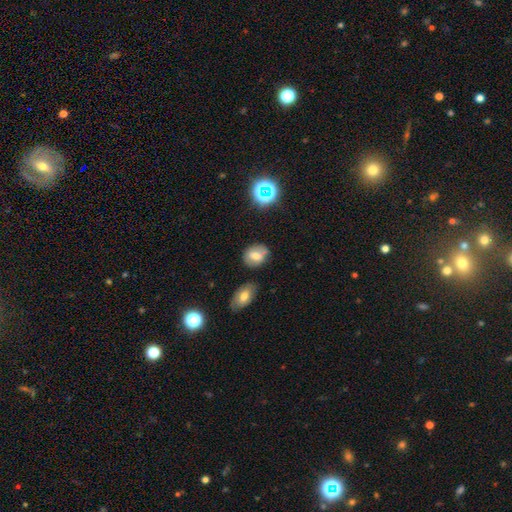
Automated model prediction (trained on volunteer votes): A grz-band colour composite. It shows a smooth galaxy with no disk features (62%) that is in between round and cigar-shaped (50%). Merging: none (71%).